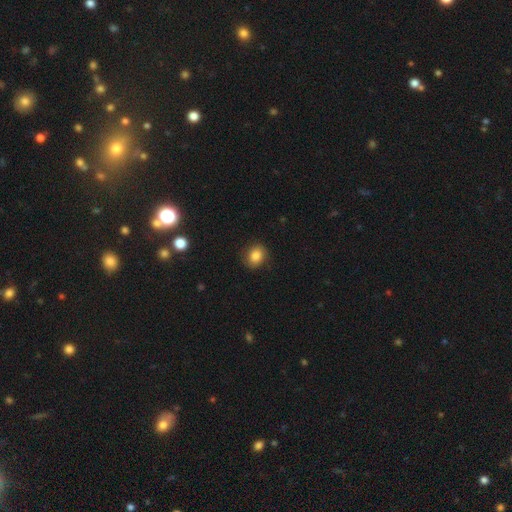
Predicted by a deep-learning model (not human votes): Smooth or featured: smooth — 82% (star or artifact — 9%)
How rounded: round — 60% (in between — 39%)
Merging: none — 82% (minor disturbance — 13%)